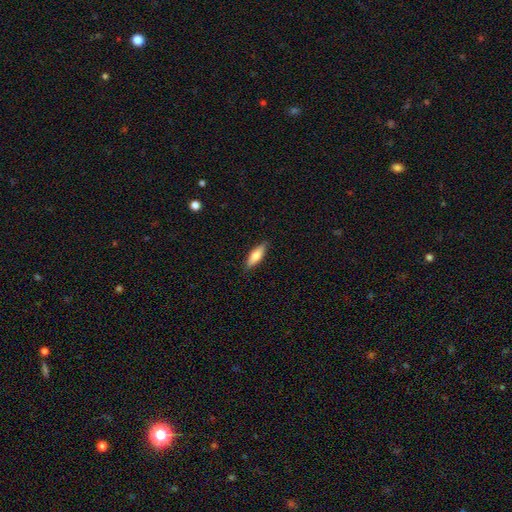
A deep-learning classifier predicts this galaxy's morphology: A smooth galaxy with no disk features (74%) that is in between round and cigar-shaped (54%). Merging: none (87%).